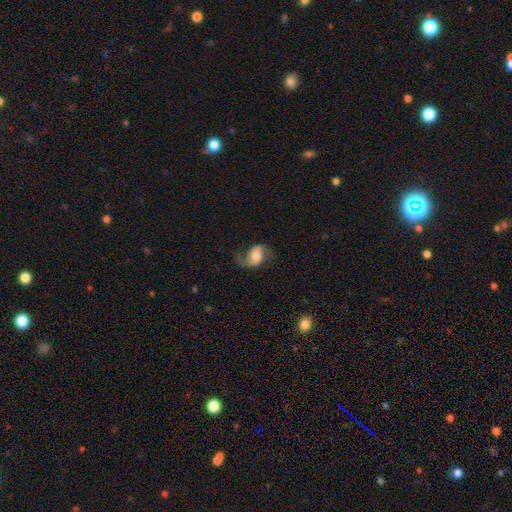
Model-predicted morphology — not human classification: featured or disk 59%, smooth 33%, star or artifact 8%. Down the decision tree: edge-on disk — no (96%); bar — no (45%); spiral arms — yes (90%); spiral arm count — 2 (77%); spiral winding — loose (65%); bulge size — moderate (44%); merging — none (53%).